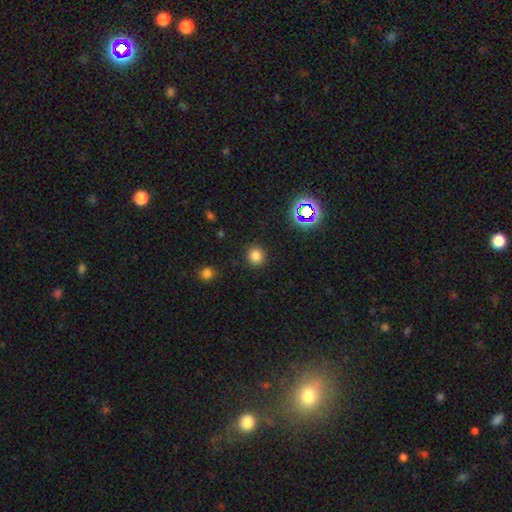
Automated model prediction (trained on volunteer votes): smooth-or-featured: smooth: 79% | star or artifact: 16% | featured or disk: 5%
  how-rounded: round: 91% | in between: 8% | cigar-shaped: 1%
  merging: none: 90% | minor disturbance: 6% | major disturbance: 3% | merger: 1%